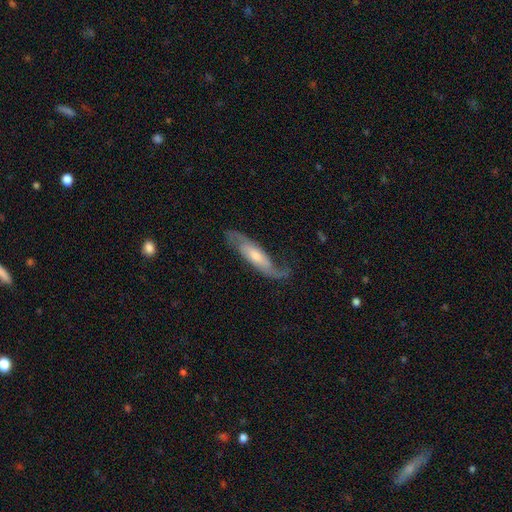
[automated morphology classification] This is likely a featured or disk galaxy (79%). It is clearly not viewed edge-on (80%). Bar: possibly no (46%). Spiral arm pattern: clearly yes (95%). Spiral arm count: clearly 2 (86%). Spiral winding: possibly loose (48%). Central bulge: possibly moderate (49%). Merging: likely none (69%).